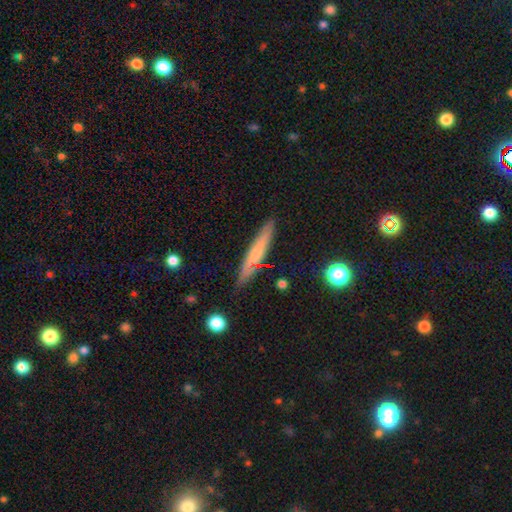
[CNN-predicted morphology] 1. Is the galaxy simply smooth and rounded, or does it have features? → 55% smooth, 39% featured or disk, 7% star or artifact.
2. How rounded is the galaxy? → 93% cigar-shaped, 5% in between, 2% round.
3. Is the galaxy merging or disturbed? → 85% none, 10% minor disturbance, 3% merger, 2% major disturbance.